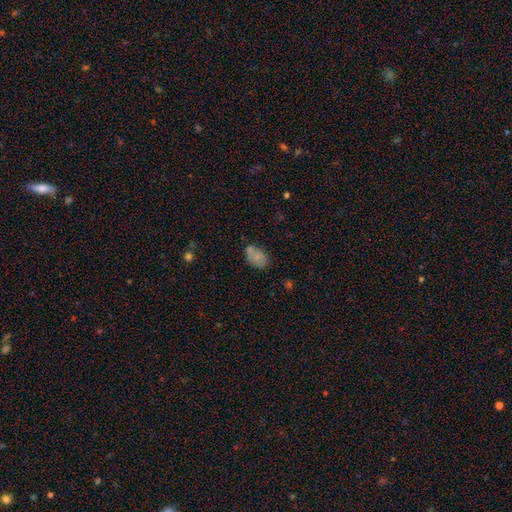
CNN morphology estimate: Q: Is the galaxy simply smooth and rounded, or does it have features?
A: smooth — 77%.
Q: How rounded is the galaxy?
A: in between — 88%.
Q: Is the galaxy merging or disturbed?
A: none — 58%.